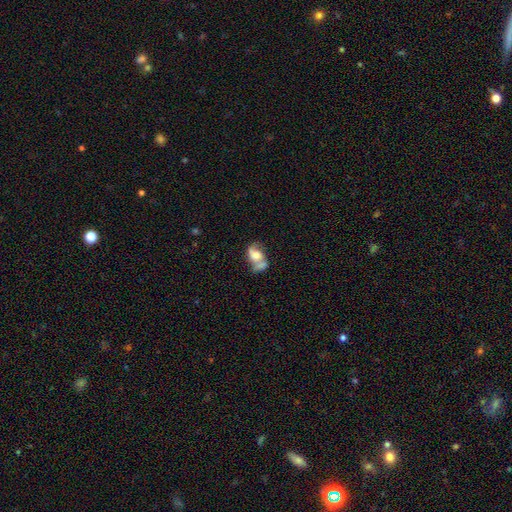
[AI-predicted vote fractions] This appears to be a featured or disk galaxy (59%) with no bar (62%), spiral arms (75%) and a moderate central bulge (32%, tied with large). Merging: merger (35%).